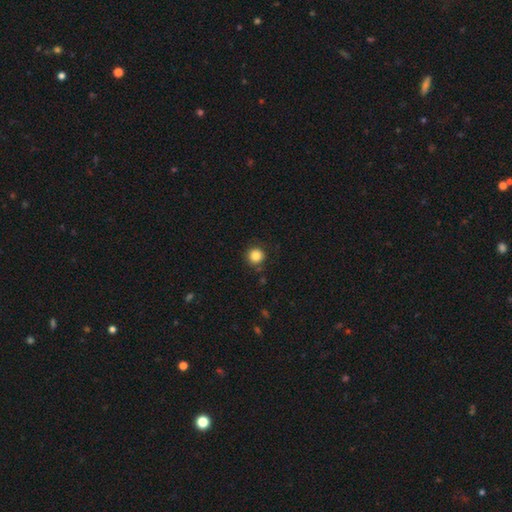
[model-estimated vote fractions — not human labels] This is clearly a smooth galaxy (84%). How rounded: clearly round (95%). Merging: clearly none (87%).